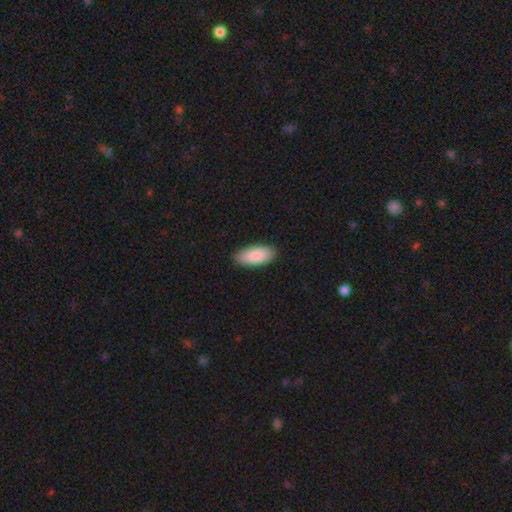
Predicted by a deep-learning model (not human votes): Q: Smooth or featured?
A: smooth (88%); runner-up: featured or disk (6%)
Q: How rounded?
A: in between (91%); runner-up: cigar-shaped (7%)
Q: Merging?
A: none (87%); runner-up: minor disturbance (10%)